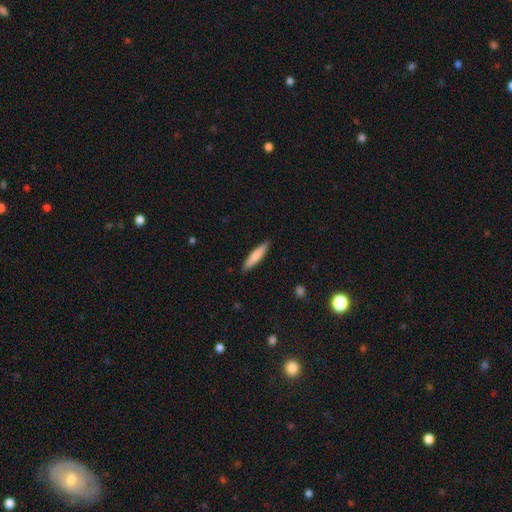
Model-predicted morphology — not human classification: A smooth galaxy with no disk features (74%) that is cigar-shaped (85%). Merging: none (89%).